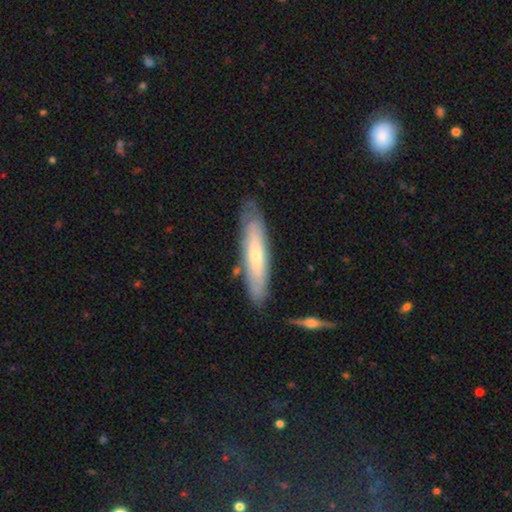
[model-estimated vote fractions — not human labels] A featured or disk galaxy (47%, tied with smooth). Merging: none (79%).